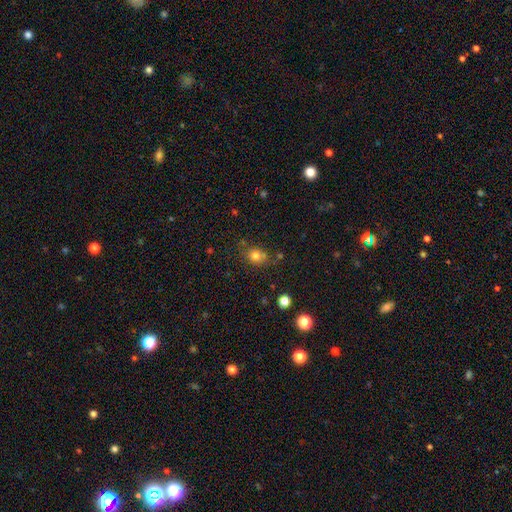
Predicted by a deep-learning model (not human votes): Overall: smooth (78%). How rounded: round (62%; in between 36%). Merging: none (65%).